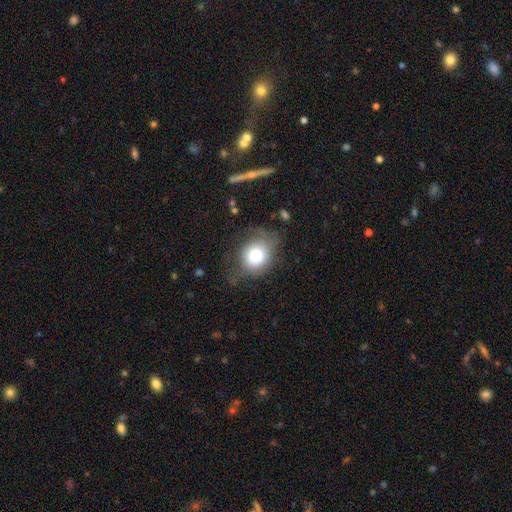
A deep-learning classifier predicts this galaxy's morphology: This is likely a smooth galaxy (77%). How rounded: likely round (65%). Merging: possibly none (52%).